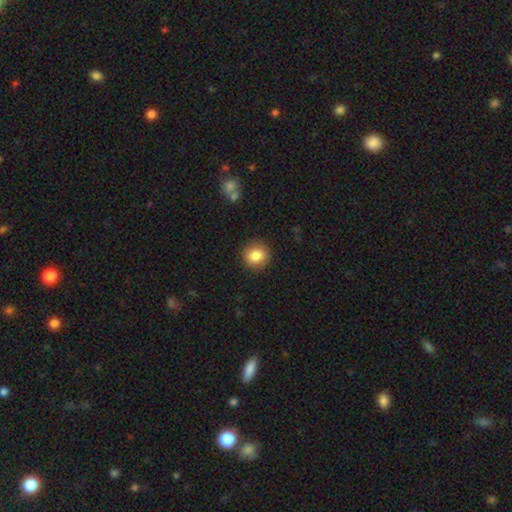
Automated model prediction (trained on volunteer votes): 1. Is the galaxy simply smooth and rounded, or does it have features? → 84% smooth, 9% star or artifact, 7% featured or disk.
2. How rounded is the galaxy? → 86% round, 13% in between, 1% cigar-shaped.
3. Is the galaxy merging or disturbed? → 90% none, 7% minor disturbance, 2% major disturbance, 1% merger.